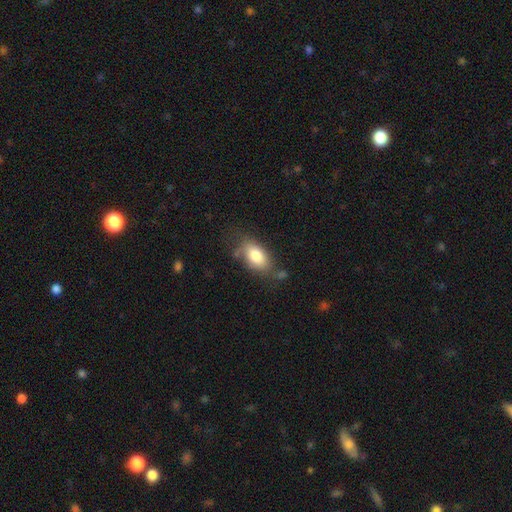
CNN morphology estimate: This appears to be a smooth galaxy with no disk features (80%) that is in between round and cigar-shaped (91%). Merging: none (60%).